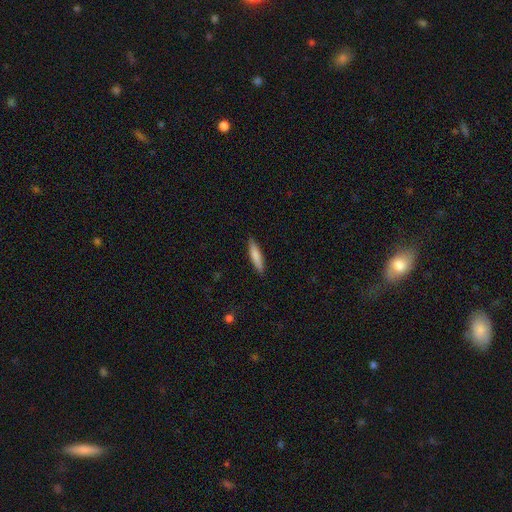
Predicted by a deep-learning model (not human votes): smooth_or_featured: smooth (p=0.78) [alt: featured or disk p=0.16]
how_rounded: cigar-shaped (p=0.82) [alt: in between p=0.16]
merging: none (p=0.89) [alt: minor disturbance p=0.09]